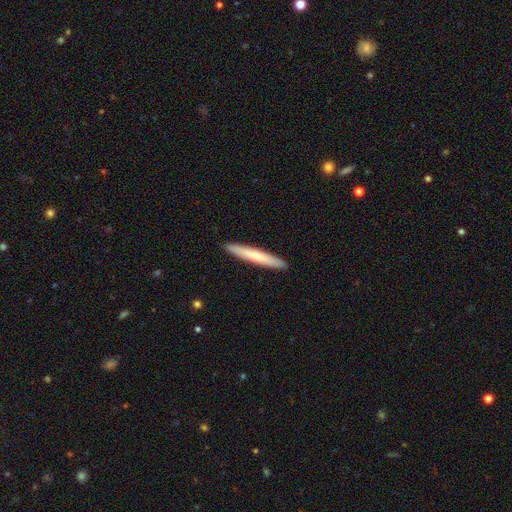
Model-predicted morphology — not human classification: Q: Smooth or featured?
A: smooth (68%); runner-up: featured or disk (27%)
Q: How rounded?
A: cigar-shaped (96%); runner-up: in between (3%)
Q: Merging?
A: none (92%); runner-up: minor disturbance (6%)